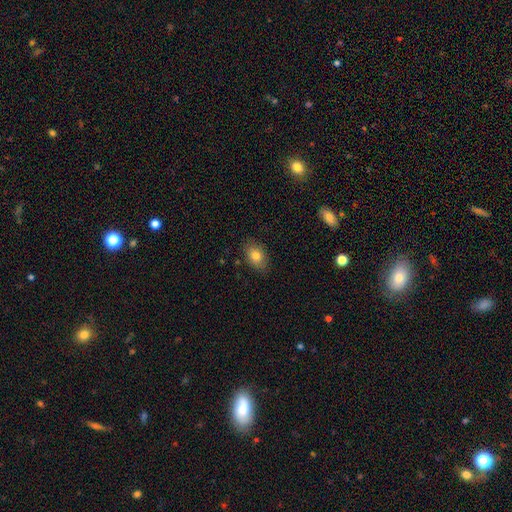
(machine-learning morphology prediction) smooth-or-featured: smooth: 81% | featured or disk: 11% | star or artifact: 9%
  how-rounded: in between: 84% | round: 15% | cigar-shaped: 1%
  merging: none: 84% | minor disturbance: 13% | major disturbance: 3% | merger: 1%